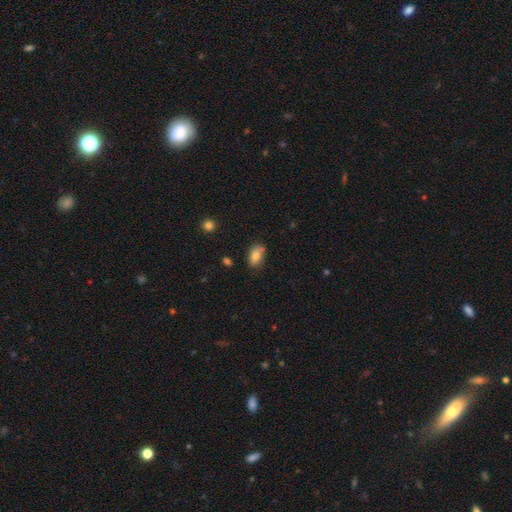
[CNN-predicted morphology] Smooth or featured? smooth (81%)
How rounded? in between (89%)
Merging? none (69%)